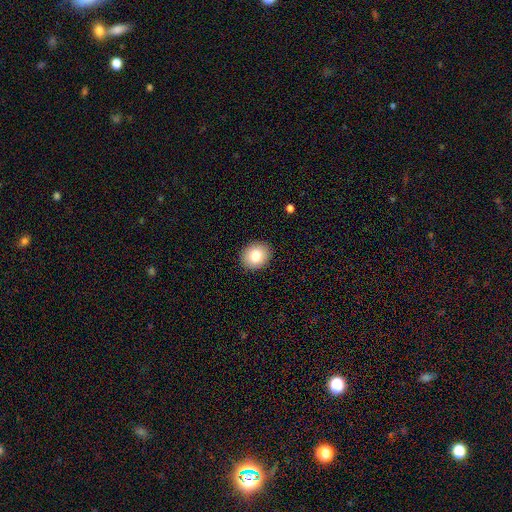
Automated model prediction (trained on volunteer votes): smooth_or_featured: smooth (p=0.81) [alt: featured or disk p=0.10]
how_rounded: round (p=0.68) [alt: in between p=0.32]
merging: none (p=0.91) [alt: minor disturbance p=0.07]